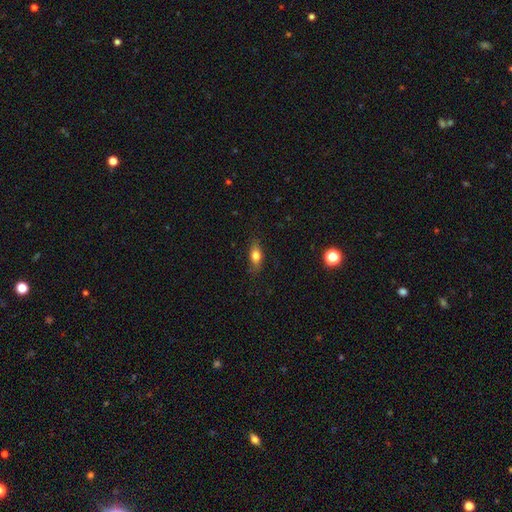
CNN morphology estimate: A smooth galaxy with no disk features (72%) that is in between round and cigar-shaped (71%).

Vote fractions:
- Smooth or featured? smooth: 72% / featured or disk: 20% / star or artifact: 8%
- How rounded? in between: 71% / cigar-shaped: 22% / round: 7%
- Merging? none: 80% / minor disturbance: 15% / major disturbance: 4% / merger: 1%